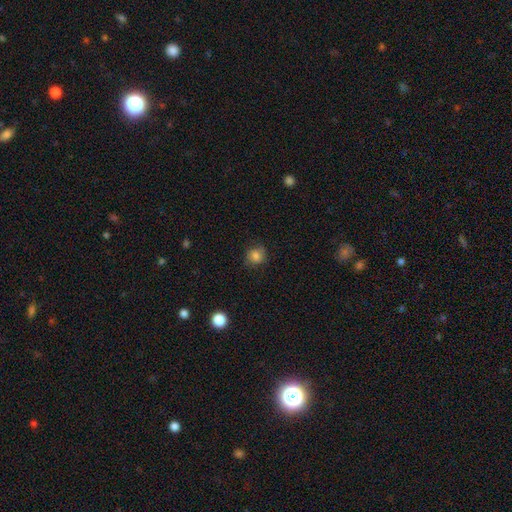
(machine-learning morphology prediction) Overall: smooth (80%). How rounded: round (78%). Merging: none (76%).